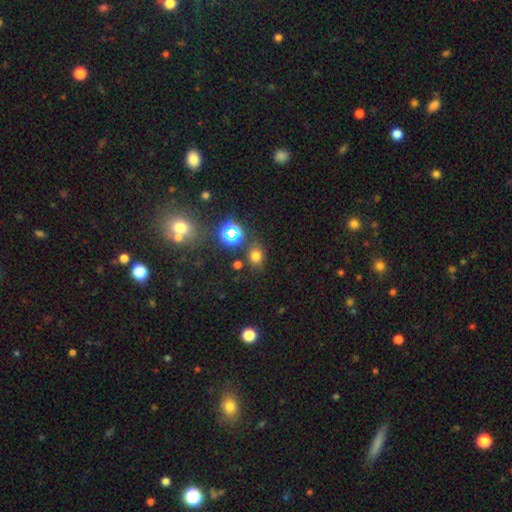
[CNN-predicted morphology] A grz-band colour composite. It shows a smooth galaxy with no disk features (69%) that is round (53%). Merging: none (77%).